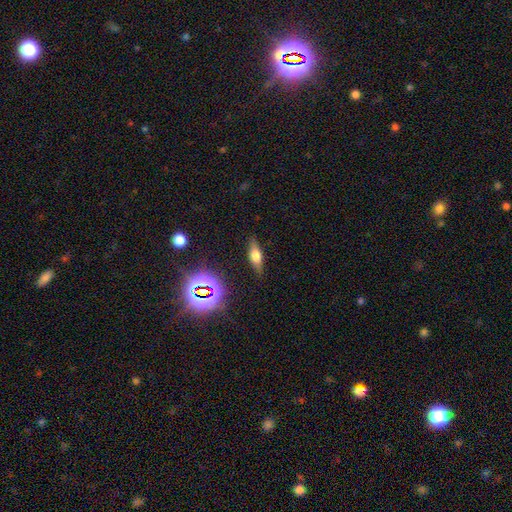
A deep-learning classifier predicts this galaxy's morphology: This appears to be a smooth galaxy with no disk features (51%) that is in between round and cigar-shaped (56%). Merging: none (84%).